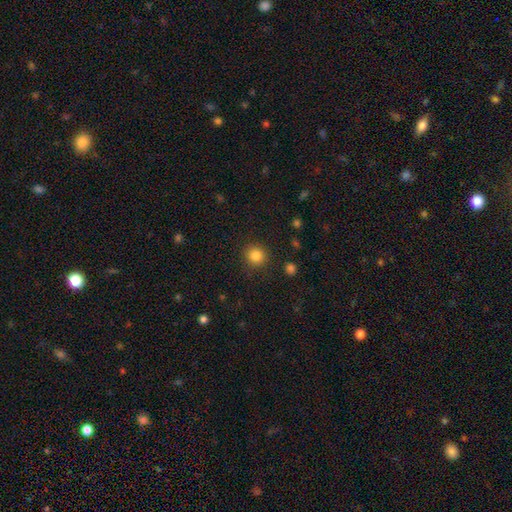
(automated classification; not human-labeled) Overall: smooth (84%). How rounded: round (92%). Merging: none (89%).